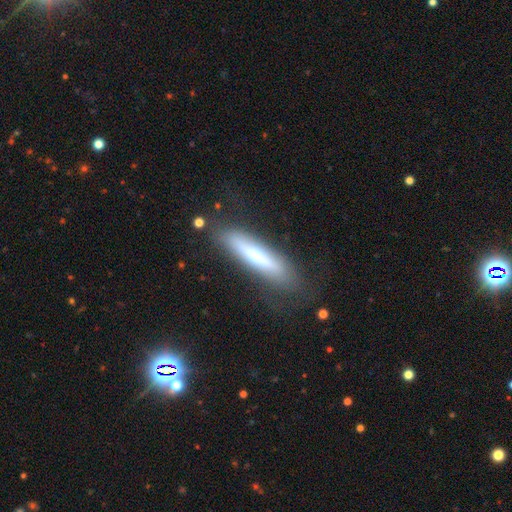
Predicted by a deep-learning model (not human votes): Morphology: type=featured or disk (49%); merging=none (77%).